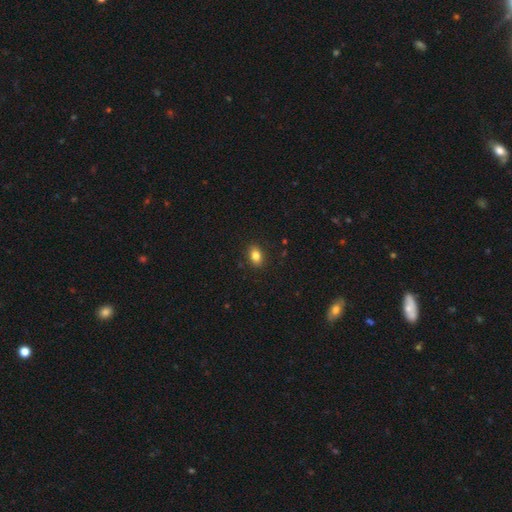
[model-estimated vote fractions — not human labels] Smooth or featured? smooth (83%)
How rounded? in between (82%)
Merging? none (88%)